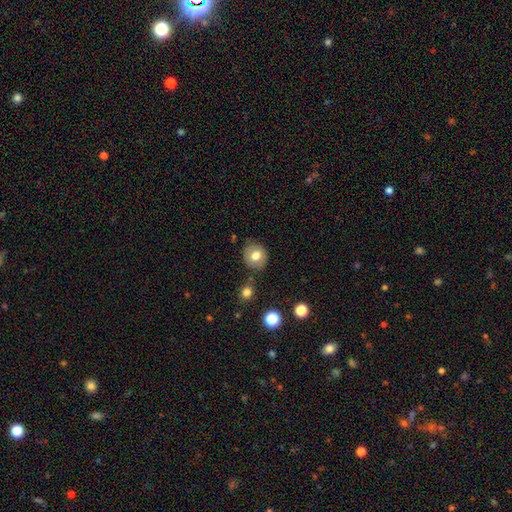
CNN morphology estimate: Smooth or featured? Predicted: smooth (p=0.76). How rounded? Predicted: round (p=0.80). Merging? Predicted: none (p=0.79).